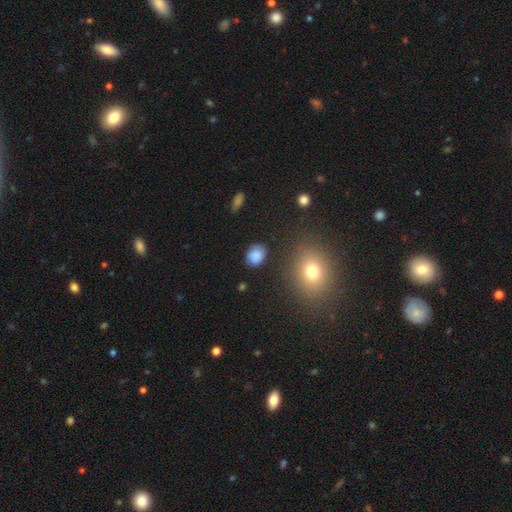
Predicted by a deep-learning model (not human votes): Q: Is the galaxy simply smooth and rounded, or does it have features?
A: smooth — 82%.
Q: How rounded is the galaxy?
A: in between — 51%.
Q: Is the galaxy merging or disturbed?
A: none — 78%.